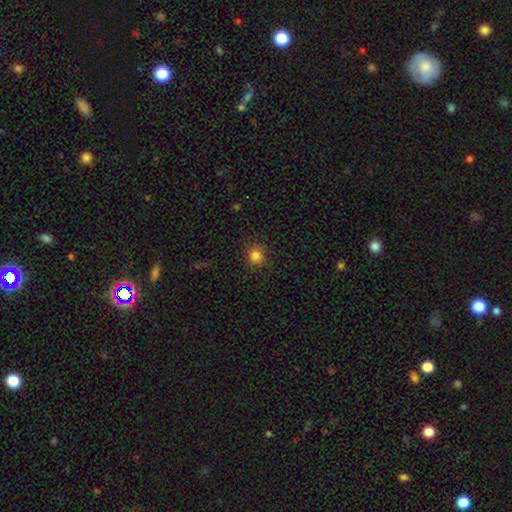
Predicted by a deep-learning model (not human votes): This is clearly a smooth galaxy (83%). How rounded: clearly round (89%). Merging: clearly none (88%).